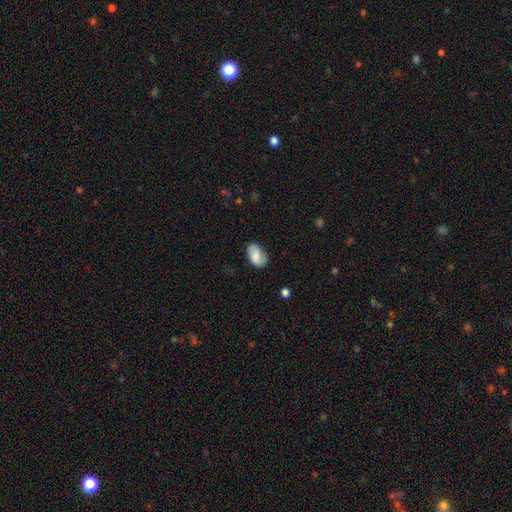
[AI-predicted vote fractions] smooth 72%, featured or disk 21%, star or artifact 8%. Down the decision tree: how rounded — in between (90%); merging — none (61%).